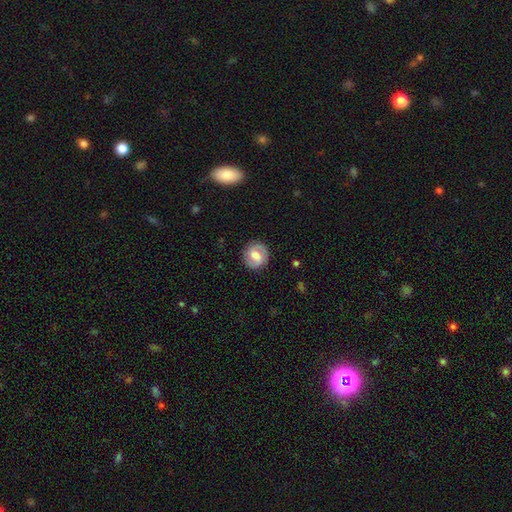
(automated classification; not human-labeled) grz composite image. It shows a featured or disk galaxy (47%). Merging: none (84%).